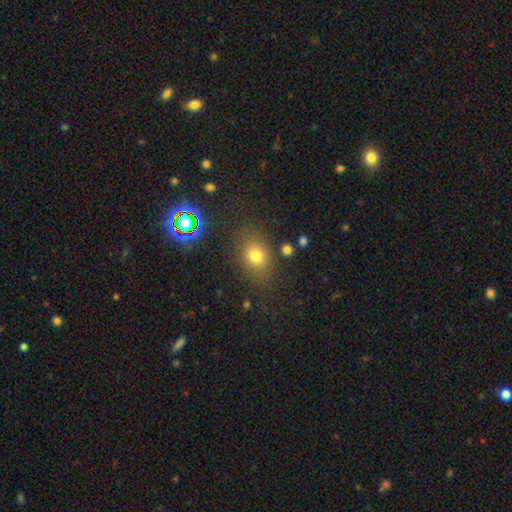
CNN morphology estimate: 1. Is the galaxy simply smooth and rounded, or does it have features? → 73% smooth, 18% star or artifact, 10% featured or disk.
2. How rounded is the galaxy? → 49% round (tied), 49% in between (tied), 2% cigar-shaped.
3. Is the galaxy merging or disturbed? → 77% none, 13% minor disturbance, 6% major disturbance, 4% merger.